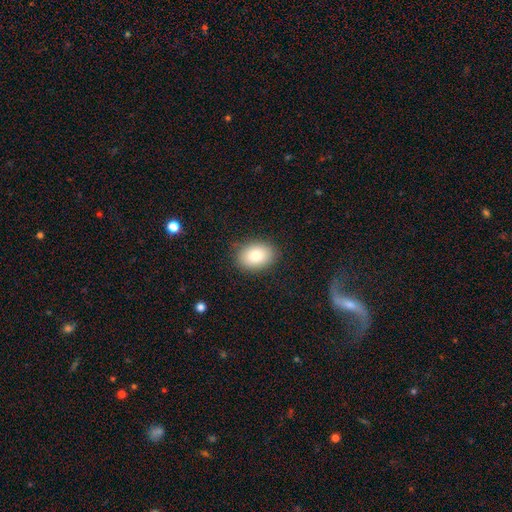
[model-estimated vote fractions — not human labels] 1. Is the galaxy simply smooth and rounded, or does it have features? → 82% smooth, 9% featured or disk, 8% star or artifact.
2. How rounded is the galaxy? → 72% in between, 27% round, 1% cigar-shaped.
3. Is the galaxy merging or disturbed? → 87% none, 9% minor disturbance, 2% major disturbance, 1% merger.